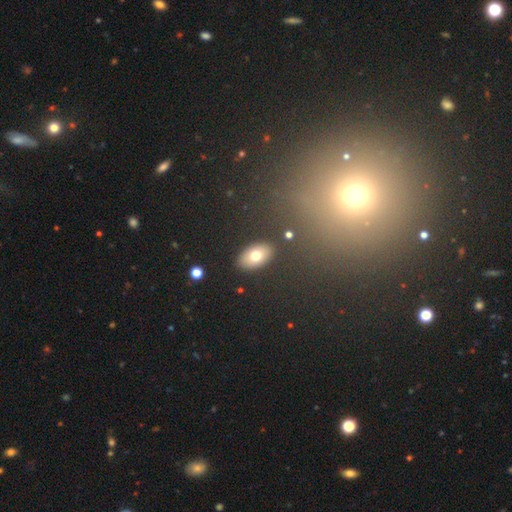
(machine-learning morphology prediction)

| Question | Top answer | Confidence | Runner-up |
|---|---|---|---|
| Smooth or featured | smooth | 74% | featured or disk (16%) |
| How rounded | in between | 90% | round (9%) |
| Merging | none | 88% | minor disturbance (8%) |